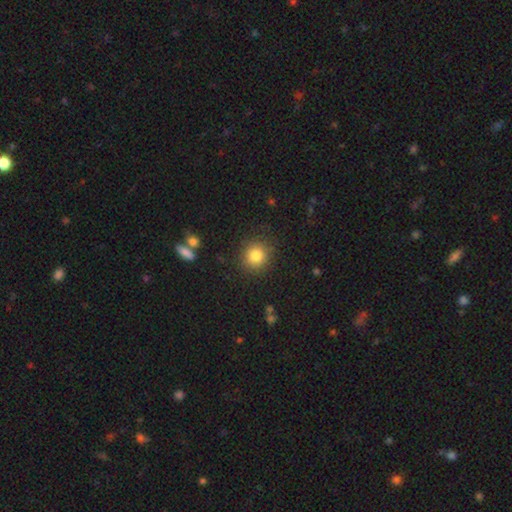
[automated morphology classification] This is clearly a smooth galaxy (83%). How rounded: clearly round (89%). Merging: clearly none (87%).